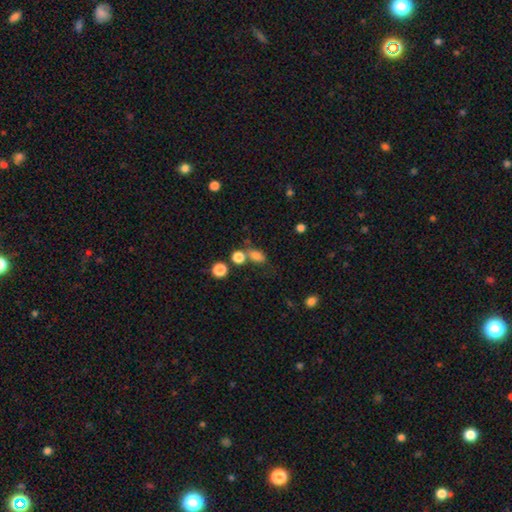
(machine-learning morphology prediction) Q: Smooth or featured?
A: smooth (78%); runner-up: star or artifact (14%)
Q: How rounded?
A: in between (75%); runner-up: round (23%)
Q: Merging?
A: none (52%); runner-up: merger (25%)